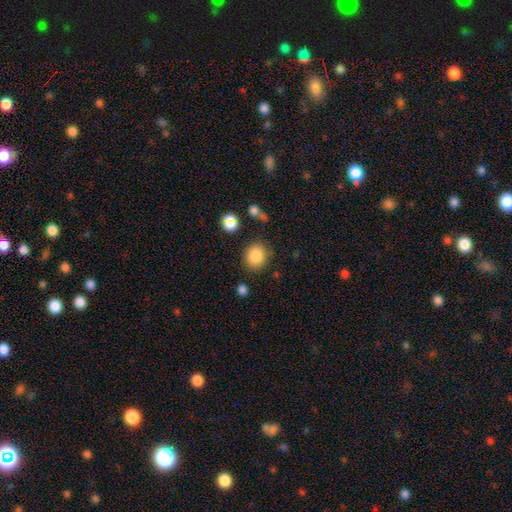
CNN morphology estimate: type=smooth (86%); roundness=round (79%); merging=none (82%).